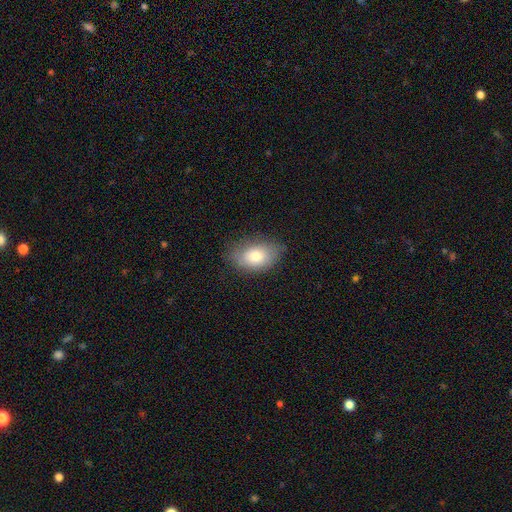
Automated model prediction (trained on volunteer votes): smooth_or_featured: smooth (p=0.77) [alt: featured or disk p=0.15]
how_rounded: in between (p=0.87) [alt: round p=0.11]
merging: none (p=0.73) [alt: minor disturbance p=0.21]